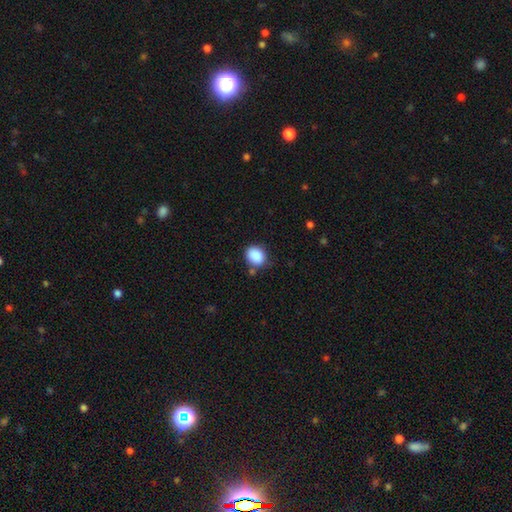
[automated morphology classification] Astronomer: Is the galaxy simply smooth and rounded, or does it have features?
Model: smooth — 89%.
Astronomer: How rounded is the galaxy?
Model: round — 51% (runner-up: in between, 48%).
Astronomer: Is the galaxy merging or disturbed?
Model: none — 76%.